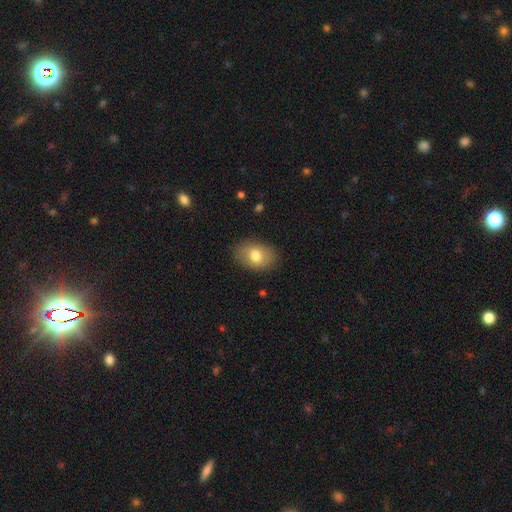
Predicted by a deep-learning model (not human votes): The model was most divided on "smooth or featured": smooth: 76%, featured or disk: 16%, star or artifact: 8%. More confident: merging — none (84%); how rounded — in between (82%).